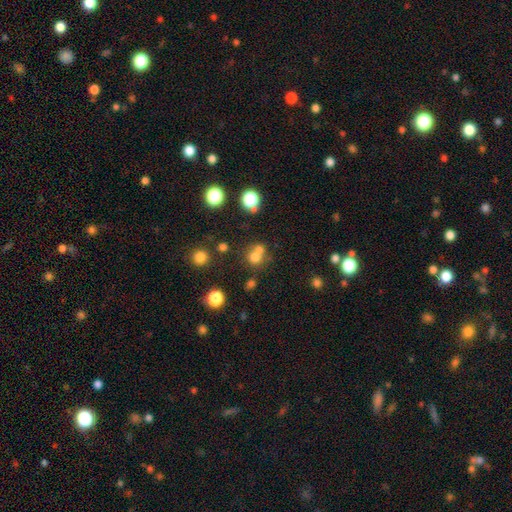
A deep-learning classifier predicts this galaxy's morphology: This is likely a smooth galaxy (70%). How rounded: clearly round (83%). Merging: possibly merger (45%).